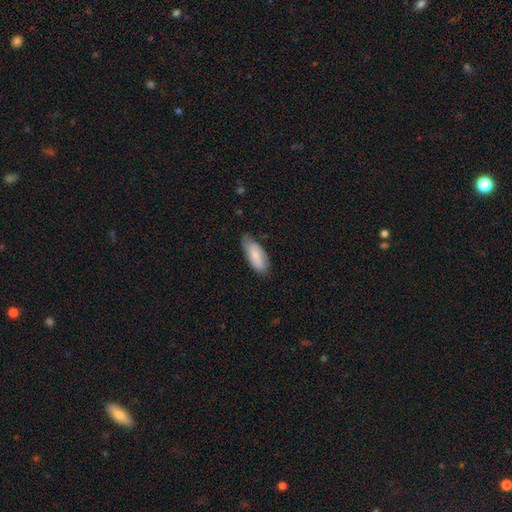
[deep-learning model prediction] Morphology: type=smooth (72%); roundness=in between (82%); merging=none (65%).